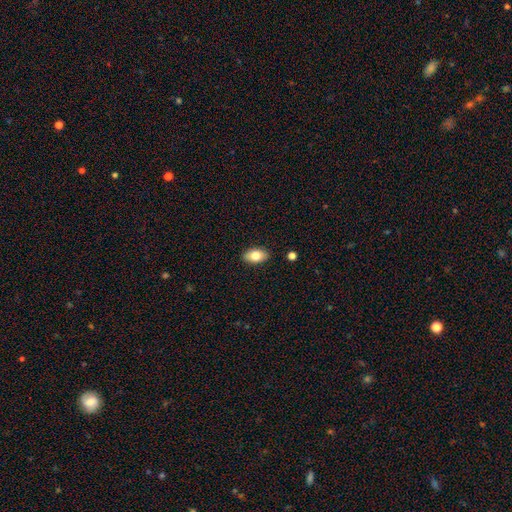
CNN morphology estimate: This appears to be a smooth galaxy with no disk features (79%) that is in between round and cigar-shaped (91%). Merging: none (89%).